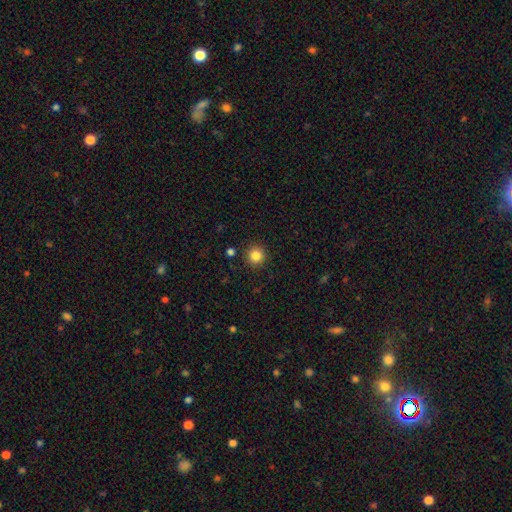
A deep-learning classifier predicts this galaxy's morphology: Smooth or featured? smooth (84%)
How rounded? round (94%)
Merging? none (91%)